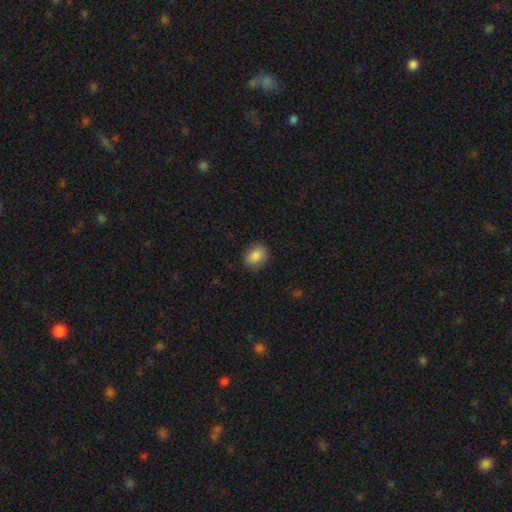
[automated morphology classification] This appears to be a smooth galaxy with no disk features (87%) that is in between round and cigar-shaped (62%). Merging: none (85%).